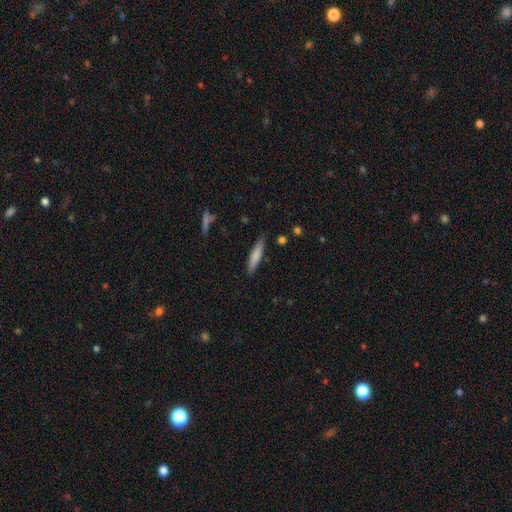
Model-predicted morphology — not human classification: type=smooth (76%); roundness=cigar-shaped (84%); merging=none (85%).